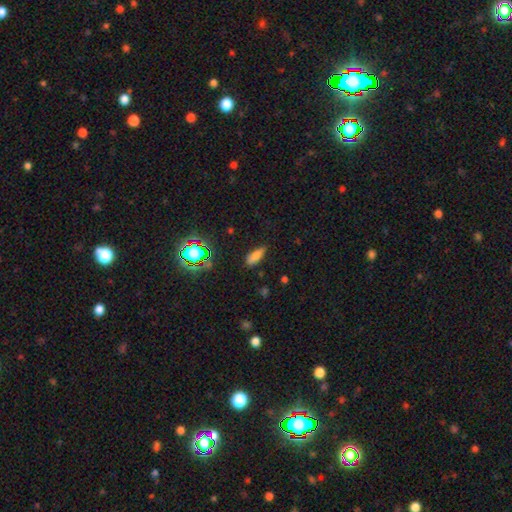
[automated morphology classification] Smooth or featured? smooth (72%)
How rounded? in between (65%)
Merging? none (79%)